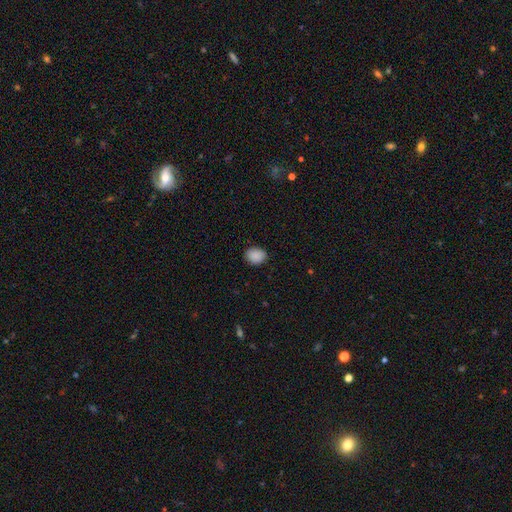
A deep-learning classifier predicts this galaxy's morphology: Smooth or featured? Predicted: smooth (p=0.89). How rounded? Predicted: in between (p=0.50). Merging? Predicted: none (p=0.87).